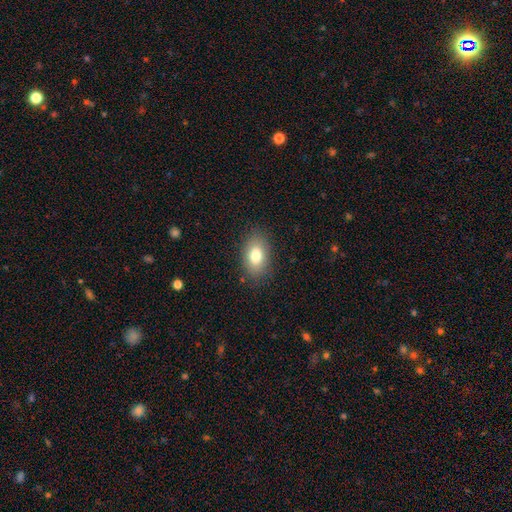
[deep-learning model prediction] Morphology: type=smooth (80%); roundness=in between (87%); merging=none (85%).